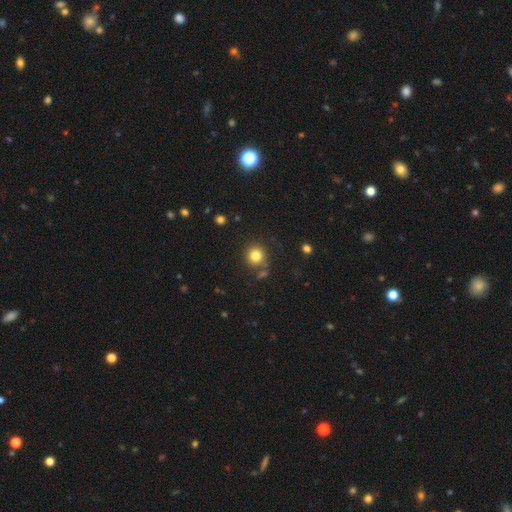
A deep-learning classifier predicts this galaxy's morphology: smooth 81%, star or artifact 12%, featured or disk 6%. Down the decision tree: how rounded — round (90%); merging — none (79%).